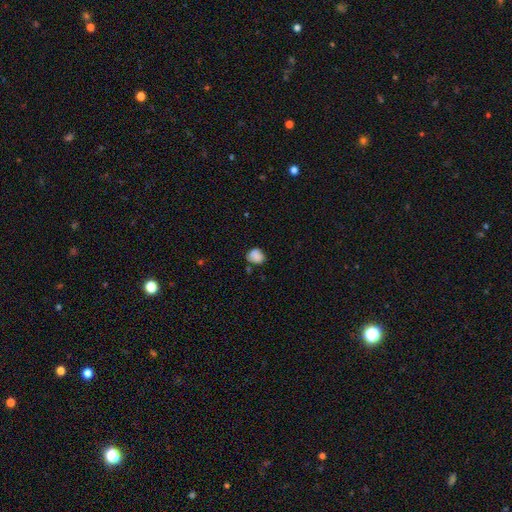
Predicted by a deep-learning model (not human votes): Smooth or featured? Predicted: smooth (p=0.84). How rounded? Predicted: round (p=0.57). Merging? Predicted: none (p=0.65).